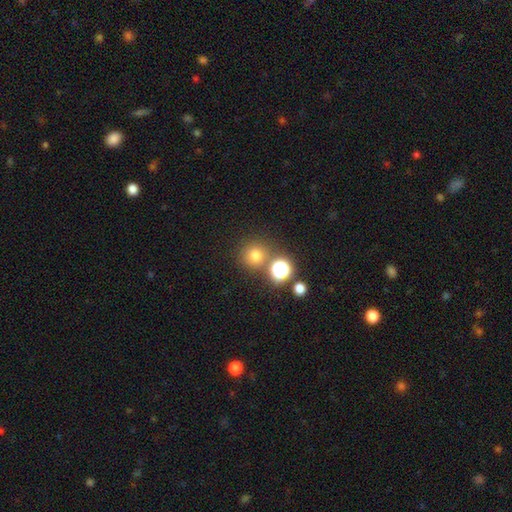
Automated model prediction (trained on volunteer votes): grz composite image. It shows a smooth galaxy with no disk features (72%) that is round (93%). Merging: none (77%).